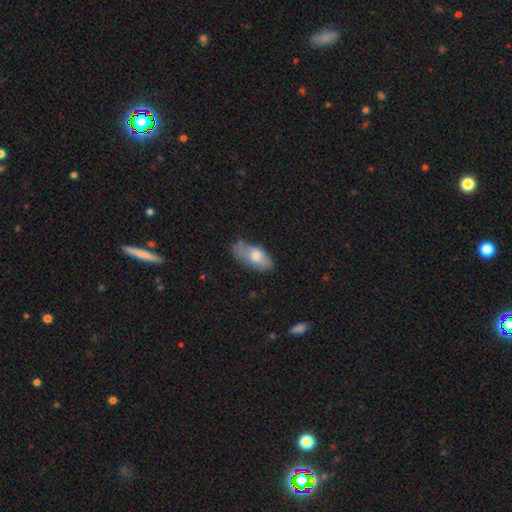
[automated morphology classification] Q: Smooth or featured?
A: smooth (70%); runner-up: featured or disk (23%)
Q: How rounded?
A: in between (86%); runner-up: cigar-shaped (11%)
Q: Merging?
A: none (52%); runner-up: minor disturbance (33%)